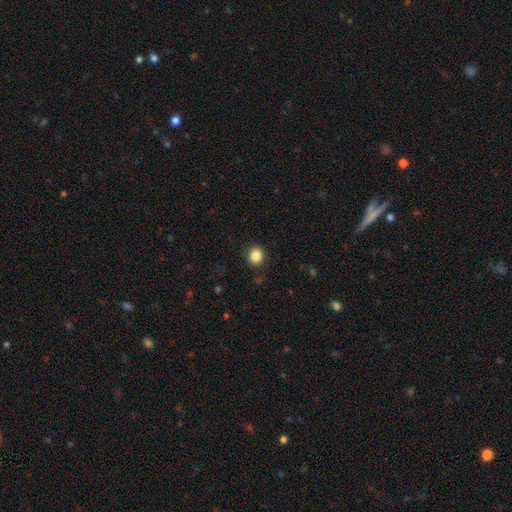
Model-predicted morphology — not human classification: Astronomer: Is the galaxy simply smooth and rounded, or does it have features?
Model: smooth — 86%.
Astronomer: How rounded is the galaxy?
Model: round — 79%.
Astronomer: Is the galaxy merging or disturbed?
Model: none — 89%.